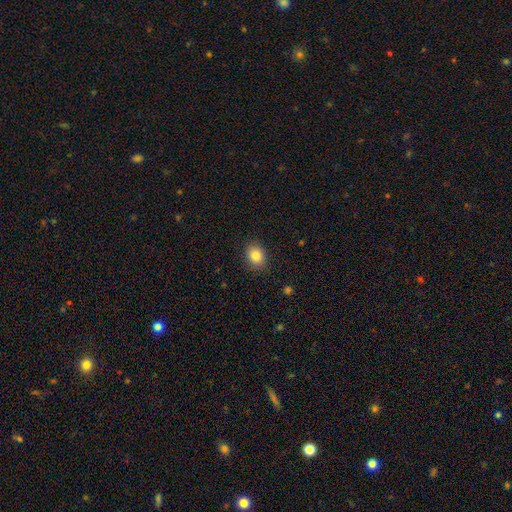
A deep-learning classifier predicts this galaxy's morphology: This is clearly a smooth galaxy (84%). How rounded: possibly in between (50%). Merging: clearly none (88%).